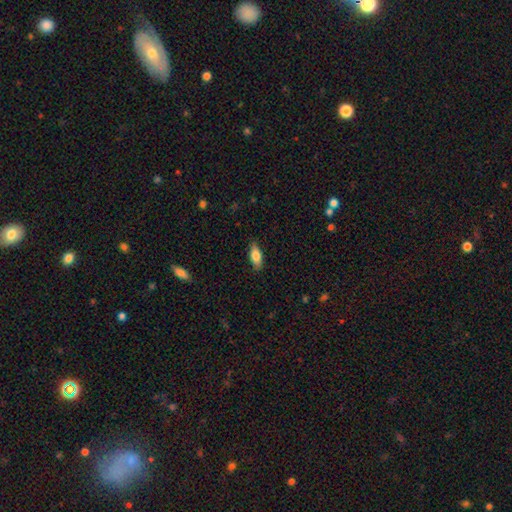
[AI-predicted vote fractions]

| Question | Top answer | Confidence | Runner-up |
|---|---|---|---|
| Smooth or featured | smooth | 80% | featured or disk (13%) |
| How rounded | in between | 82% | cigar-shaped (15%) |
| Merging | none | 85% | minor disturbance (12%) |